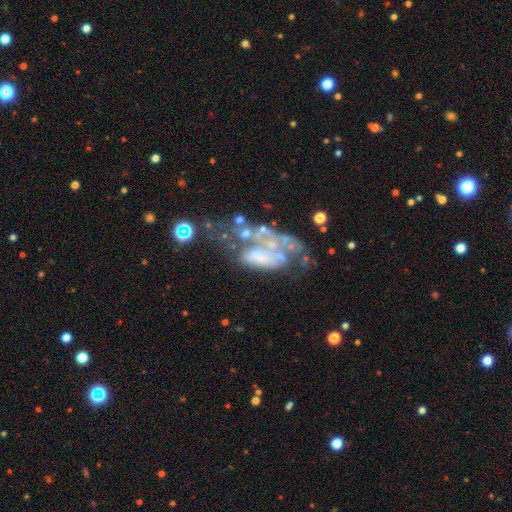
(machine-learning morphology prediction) Smooth or featured? featured or disk (64%)
Edge-on disk? no (97%)
Bar? no (89%)
Spiral arms? no (85%)
Bulge size? none (71%)
Merging? major disturbance (38%)